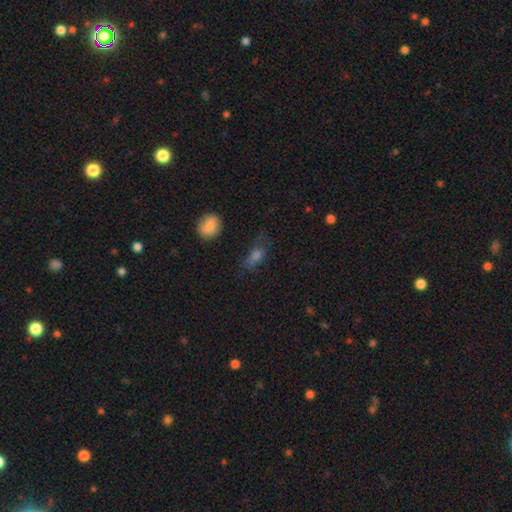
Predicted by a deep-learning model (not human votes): Morphology: type=smooth (63%); roundness=in between (69%); merging=none (61%).